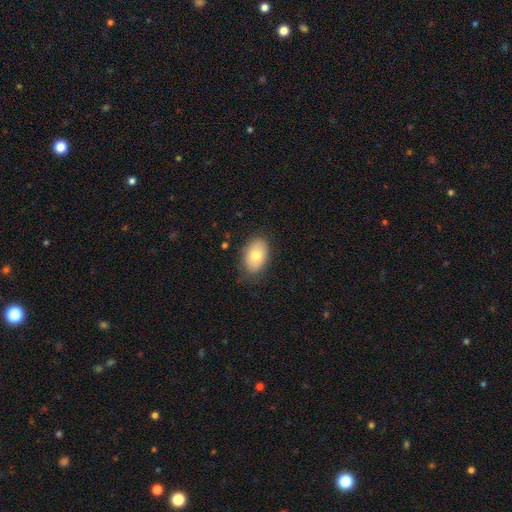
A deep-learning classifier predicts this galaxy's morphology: Smooth or featured?
  - smooth: 73% *
  - featured or disk: 19%
  - star or artifact: 7%
How rounded?
  - in between: 88% *
  - round: 10%
  - cigar-shaped: 1%
Merging?
  - none: 79% *
  - minor disturbance: 16%
  - major disturbance: 4%
  - merger: 1%